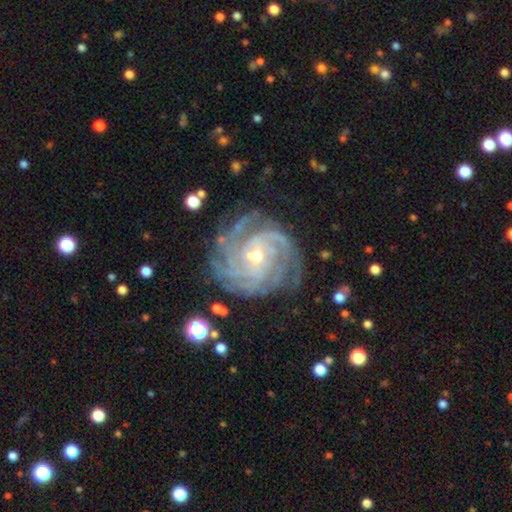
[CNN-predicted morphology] smooth_or_featured: featured or disk (p=0.92) [alt: star or artifact p=0.05]
disk_edge_on: no (p=0.98) [alt: yes p=0.02]
bar: no (p=0.48) [alt: weak p=0.39]
has_spiral_arms: yes (p=0.98) [alt: no p=0.02]
spiral_winding: tight (p=0.76) [alt: medium p=0.21]
spiral_arm_count: 4 (p=0.26) [alt: more than 4 p=0.21]
bulge_size: small (p=0.51) [alt: moderate p=0.46]
merging: none (p=0.79) [alt: minor disturbance p=0.14]